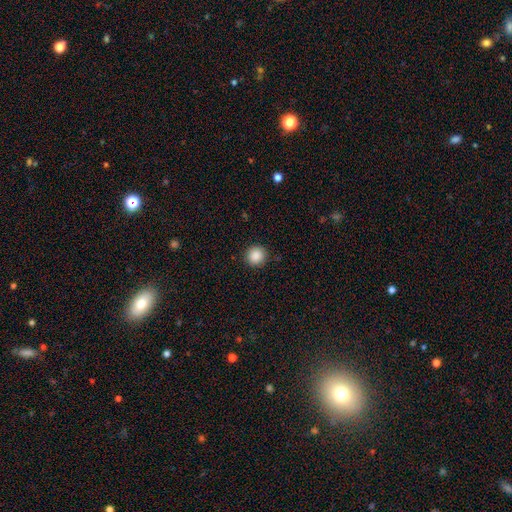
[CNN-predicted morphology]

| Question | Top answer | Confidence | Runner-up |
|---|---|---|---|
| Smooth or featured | smooth | 88% | star or artifact (9%) |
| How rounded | round | 92% | in between (7%) |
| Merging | none | 91% | minor disturbance (6%) |